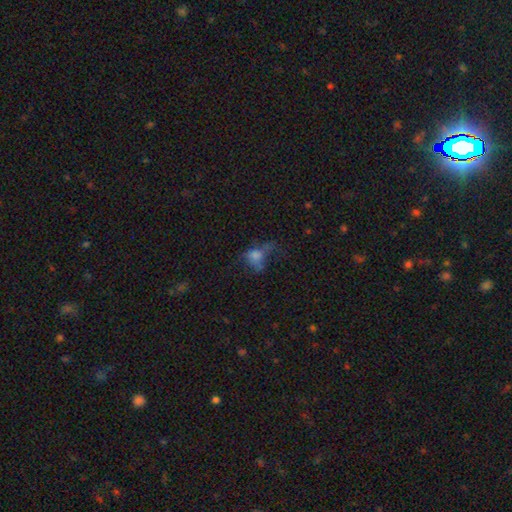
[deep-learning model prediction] This is possibly a smooth galaxy (58%). How rounded: possibly in between (55%). Merging: marginally major disturbance (45%).